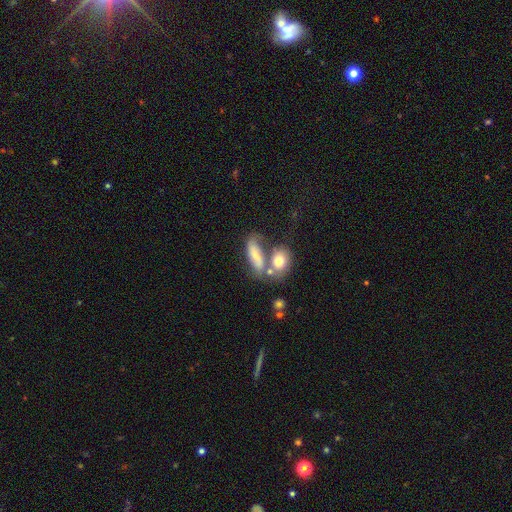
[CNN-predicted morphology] Smooth or featured?
  - smooth: 65% *
  - featured or disk: 27%
  - star or artifact: 9%
How rounded?
  - in between: 68% *
  - cigar-shaped: 23%
  - round: 9%
Merging?
  - merger: 43% *
  - none: 34%
  - minor disturbance: 14%
  - major disturbance: 9%